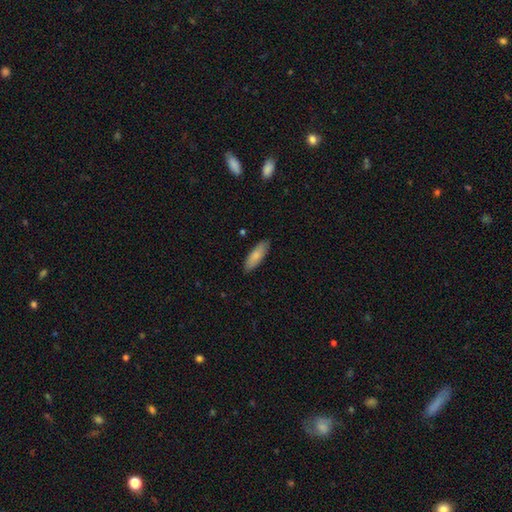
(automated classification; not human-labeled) A smooth galaxy with no disk features (82%) that is in between round and cigar-shaped (62%).

Vote fractions:
- Smooth or featured? smooth: 82% / featured or disk: 13% / star or artifact: 5%
- How rounded? in between: 62% / cigar-shaped: 37% / round: 2%
- Merging? none: 85% / minor disturbance: 12% / major disturbance: 2% / merger: 1%